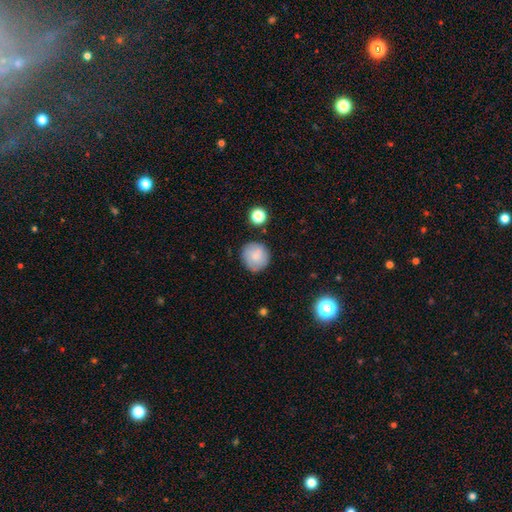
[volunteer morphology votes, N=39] Q: Smooth or featured?
A: smooth (69%); runner-up: featured or disk (21%)
Q: How rounded?
A: round (96%); runner-up: in between (4%)
Q: Merging?
A: none (89%); runner-up: minor disturbance (6%)